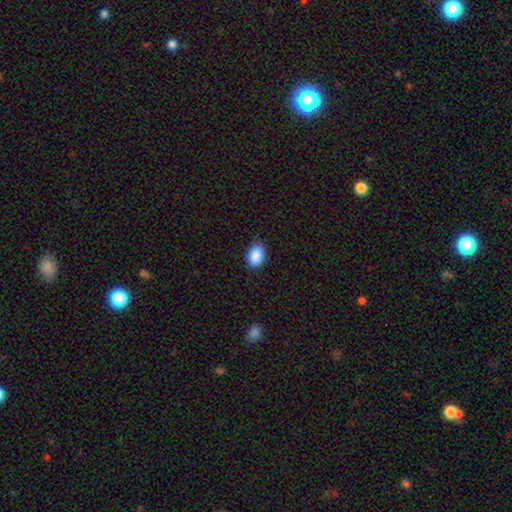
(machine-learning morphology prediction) Smooth or featured: smooth — 90% (star or artifact — 7%)
How rounded: in between — 88% (round — 10%)
Merging: none — 85% (minor disturbance — 12%)